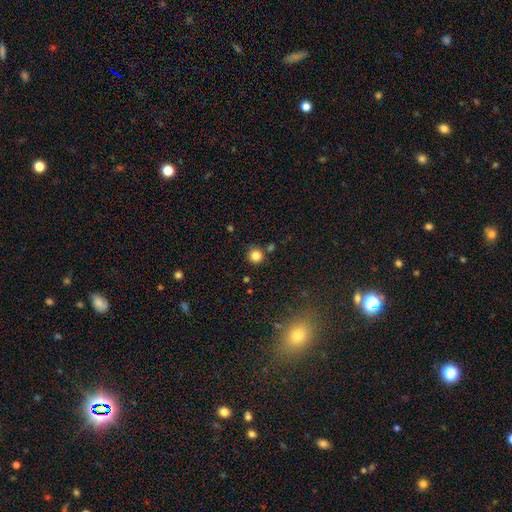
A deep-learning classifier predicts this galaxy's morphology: This is clearly a smooth galaxy (83%). How rounded: clearly round (94%). Merging: clearly none (82%).